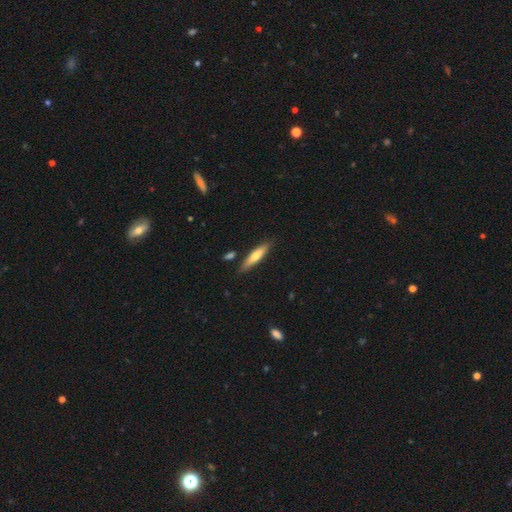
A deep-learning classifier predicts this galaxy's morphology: Smooth or featured? Predicted: smooth (p=0.64). How rounded? Predicted: cigar-shaped (p=0.83). Merging? Predicted: none (p=0.84).